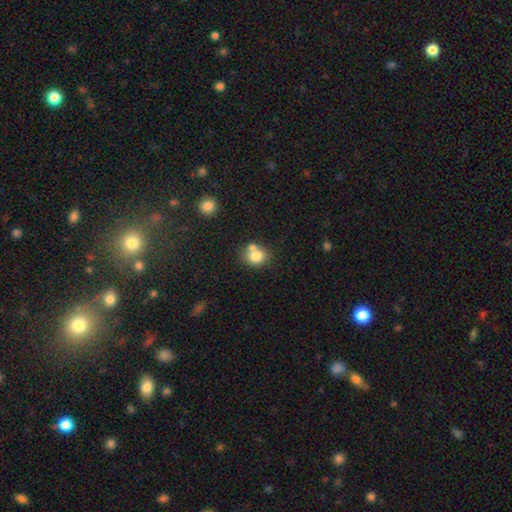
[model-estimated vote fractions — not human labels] smooth_or_featured: smooth (p=0.78) [alt: featured or disk p=0.12]
how_rounded: round (p=0.69) [alt: in between p=0.31]
merging: none (p=0.51) [alt: merger p=0.35]